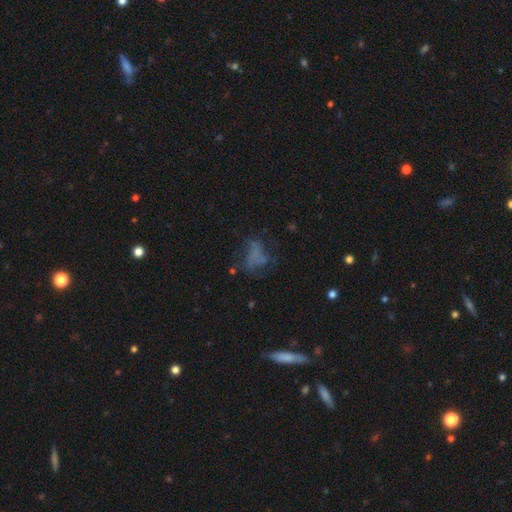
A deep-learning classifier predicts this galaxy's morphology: The model was most divided on "smooth or featured": smooth: 40%, featured or disk: 39%, star or artifact: 22%. Remaining: merging — none (40%).